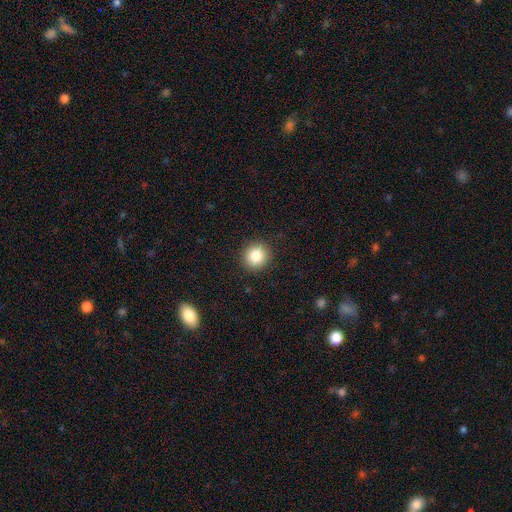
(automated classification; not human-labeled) This is clearly a smooth galaxy (84%). How rounded: clearly round (91%). Merging: clearly none (91%).